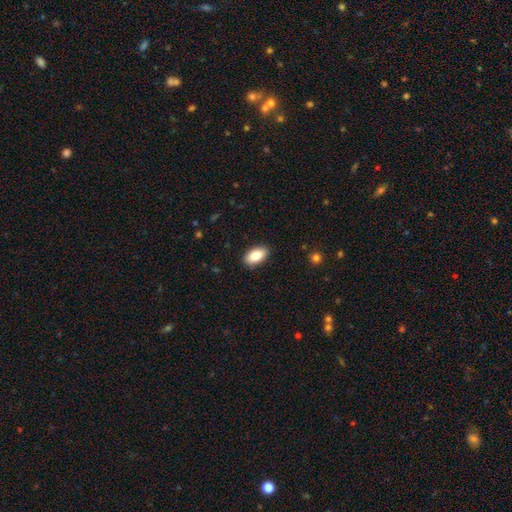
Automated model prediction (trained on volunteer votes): A smooth galaxy with no disk features (84%) that is in between round and cigar-shaped (93%). Merging: none (89%).